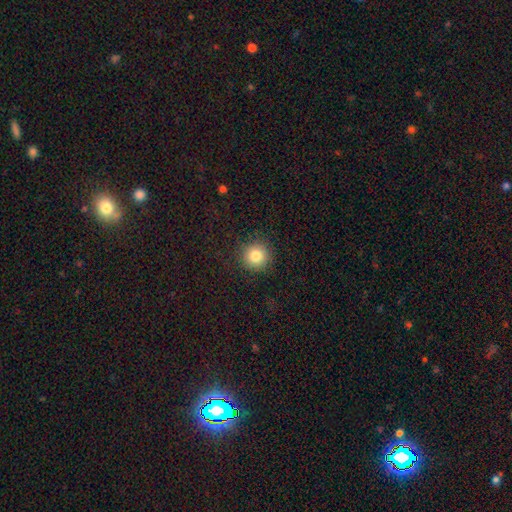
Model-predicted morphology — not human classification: Q: Smooth or featured?
A: smooth (83%); runner-up: star or artifact (11%)
Q: How rounded?
A: round (95%); runner-up: in between (4%)
Q: Merging?
A: none (90%); runner-up: minor disturbance (6%)